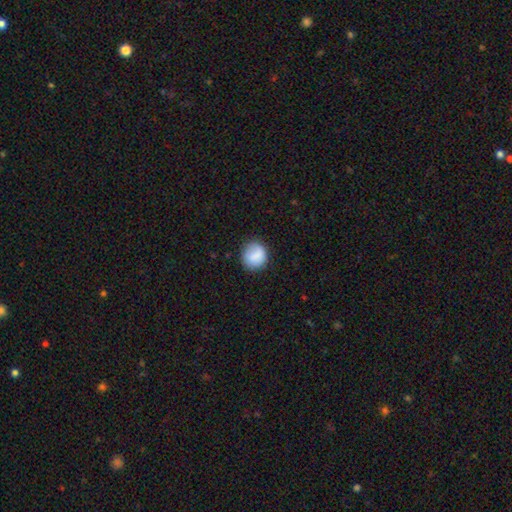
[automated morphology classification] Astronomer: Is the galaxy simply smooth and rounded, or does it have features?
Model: smooth — 85%.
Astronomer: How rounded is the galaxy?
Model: round — 82%.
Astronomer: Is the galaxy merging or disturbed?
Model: none — 80%.